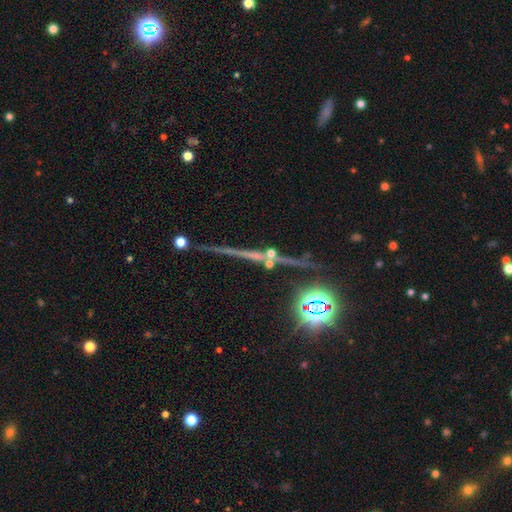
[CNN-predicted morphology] type=featured or disk (43%); merging=none (81%).